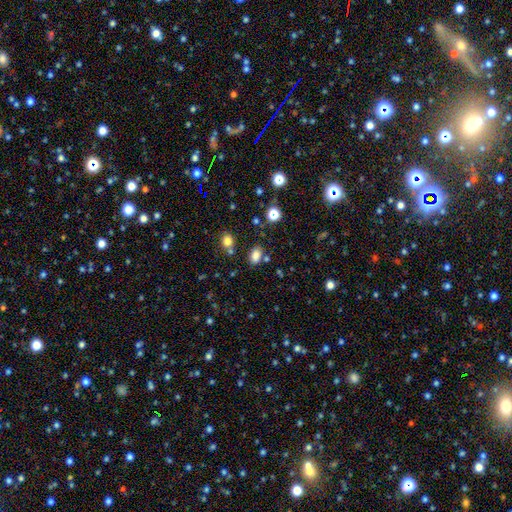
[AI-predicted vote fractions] The model was most divided on "merging": none: 75%, minor disturbance: 12%, merger: 9%, major disturbance: 4%. More confident: how rounded — in between (83%); smooth or featured — smooth (80%).